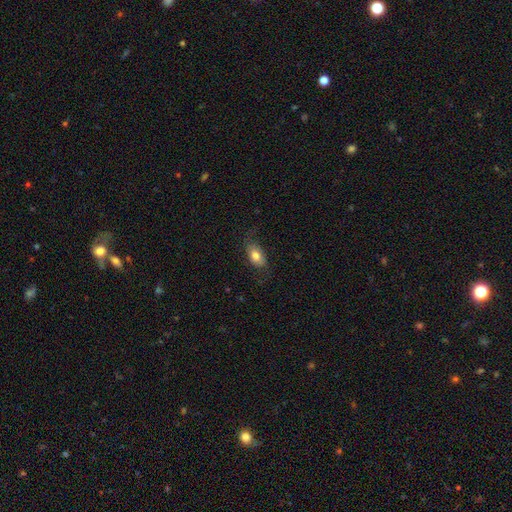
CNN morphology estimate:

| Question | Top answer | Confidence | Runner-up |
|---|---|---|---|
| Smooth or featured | smooth | 73% | featured or disk (20%) |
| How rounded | in between | 89% | round (7%) |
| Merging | none | 68% | minor disturbance (21%) |